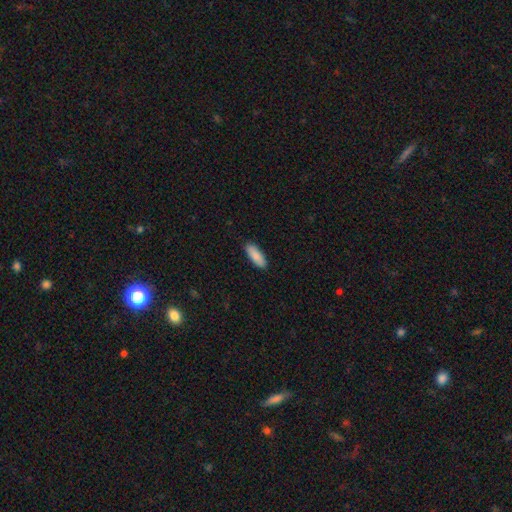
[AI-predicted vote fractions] A smooth galaxy with no disk features (89%) that is in between round and cigar-shaped (68%).

Vote fractions:
- Smooth or featured? smooth: 89% / featured or disk: 6% / star or artifact: 5%
- How rounded? in between: 68% / cigar-shaped: 30% / round: 2%
- Merging? none: 89% / minor disturbance: 8% / major disturbance: 2% / merger: 1%